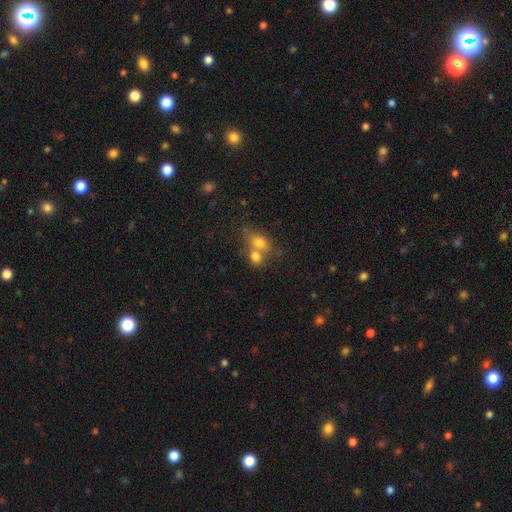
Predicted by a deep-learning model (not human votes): smooth_or_featured: smooth (p=0.76) [alt: featured or disk p=0.14]
how_rounded: in between (p=0.56) [alt: round p=0.41]
merging: merger (p=0.58) [alt: none p=0.29]